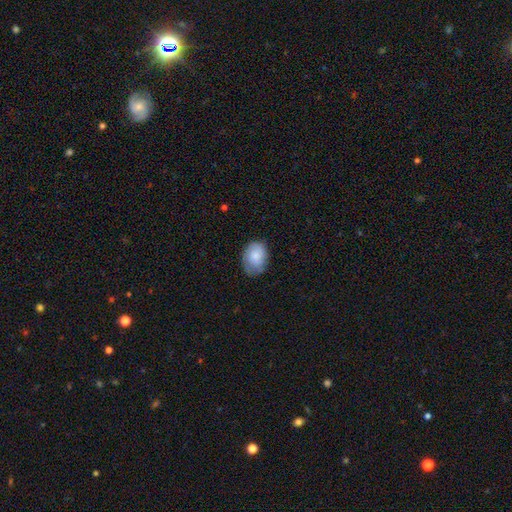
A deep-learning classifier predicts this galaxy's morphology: This is likely a smooth galaxy (72%). How rounded: likely in between (72%). Merging: likely none (67%).